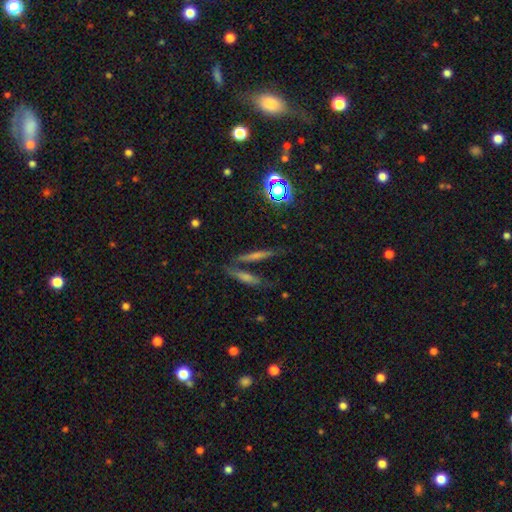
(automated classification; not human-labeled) smooth_or_featured: smooth (p=0.44) [alt: featured or disk p=0.34]
merging: none (p=0.68) [alt: merger p=0.16]